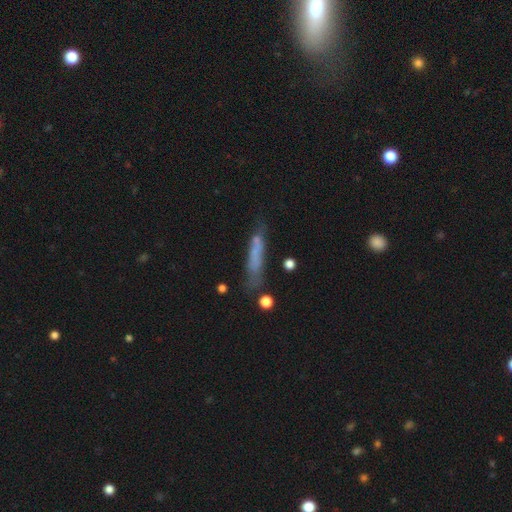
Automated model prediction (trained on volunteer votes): A smooth galaxy with no disk features (59%) that is cigar-shaped (85%).

Vote fractions:
- Smooth or featured? smooth: 59% / featured or disk: 30% / star or artifact: 11%
- How rounded? cigar-shaped: 85% / in between: 13% / round: 2%
- Merging? none: 53% / minor disturbance: 26% / major disturbance: 14% / merger: 7%